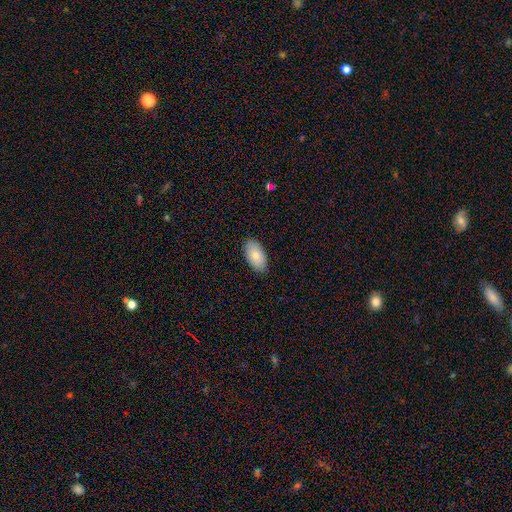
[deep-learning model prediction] The model was most divided on "smooth or featured": smooth: 81%, featured or disk: 13%, star or artifact: 6%. More confident: how rounded — in between (95%); merging — none (88%).